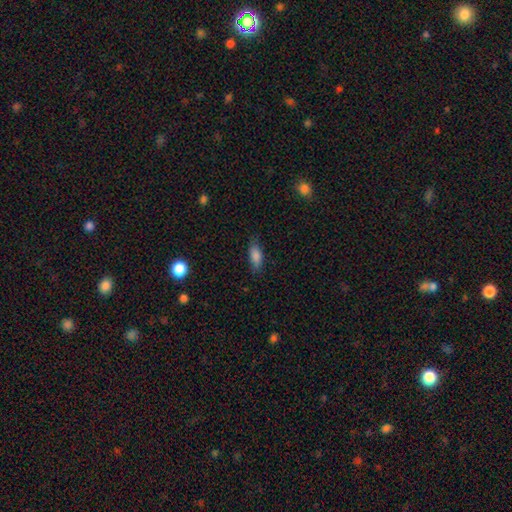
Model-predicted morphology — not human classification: Smooth or featured? Predicted: smooth (p=0.84). How rounded? Predicted: in between (p=0.77). Merging? Predicted: none (p=0.79).